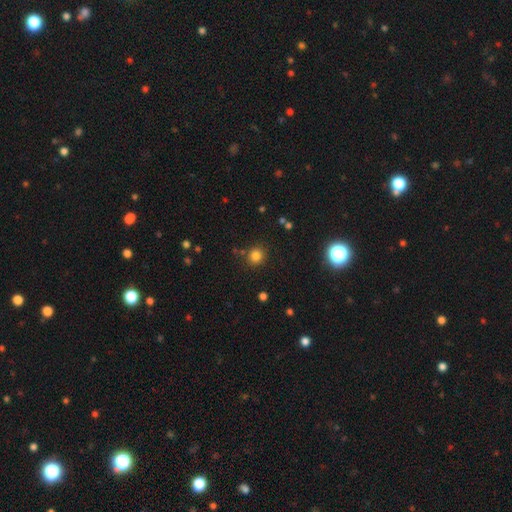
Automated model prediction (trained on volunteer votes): Smooth or featured?
  - smooth: 81% *
  - star or artifact: 14%
  - featured or disk: 5%
How rounded?
  - round: 87% *
  - in between: 12%
  - cigar-shaped: 1%
Merging?
  - none: 83% *
  - minor disturbance: 9%
  - merger: 4%
  - major disturbance: 3%